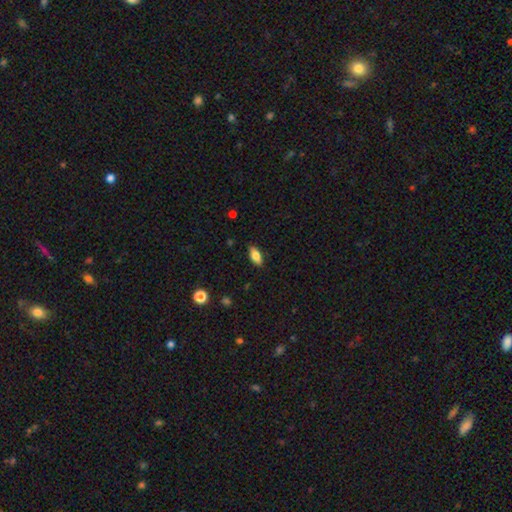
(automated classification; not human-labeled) Smooth or featured? smooth (79%)
How rounded? in between (88%)
Merging? none (87%)